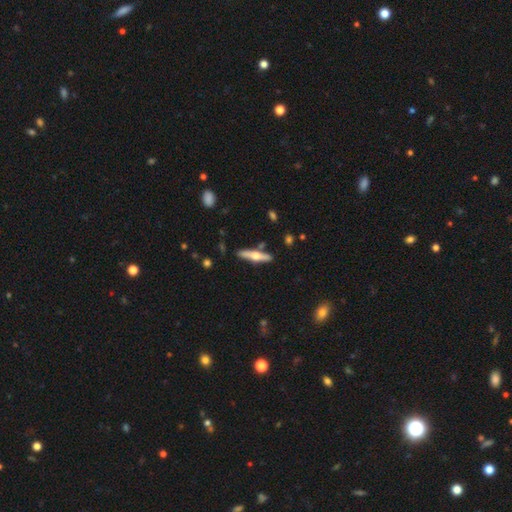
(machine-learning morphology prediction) The model was most divided on "smooth or featured": featured or disk: 60%, smooth: 34%, star or artifact: 5%. More confident: edge-on disk — yes (95%); edge-on bulge — rounded (95%); merging — none (84%).